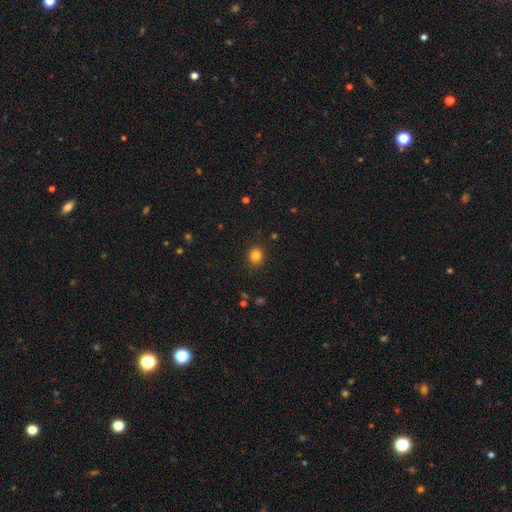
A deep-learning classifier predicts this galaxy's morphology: The model was most divided on "how rounded": round: 76%, in between: 23%, cigar-shaped: 1%. More confident: merging — none (88%); smooth or featured — smooth (83%).